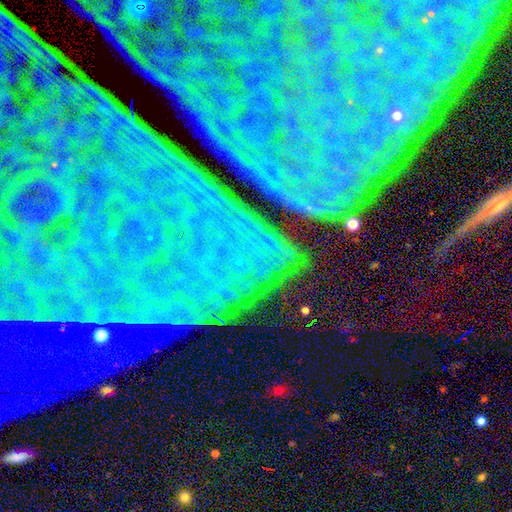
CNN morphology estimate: star or artifact 83%, featured or disk 9%, smooth 8%.